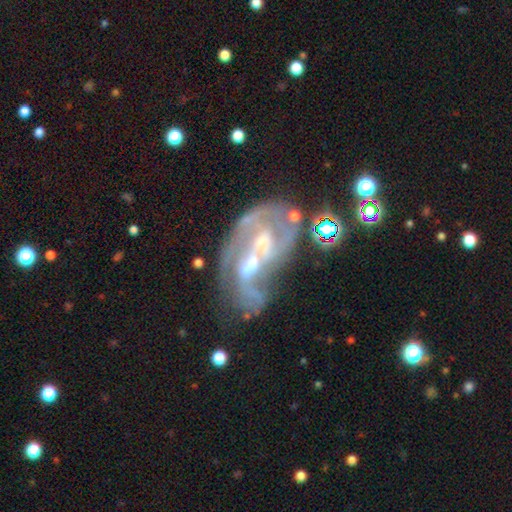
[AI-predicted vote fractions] Smooth or featured: featured or disk — 78% (smooth — 12%)
Edge-on disk: no — 96% (yes — 4%)
Bar: no — 49% (weak — 36%)
Spiral arms: yes — 72% (no — 28%)
Spiral winding: medium — 41% (loose — 31%)
Spiral arm count: 2 — 41% (can't tell — 32%)
Bulge size: moderate — 41% (tied with small — 41%)
Merging: merger — 42% (major disturbance — 23%)